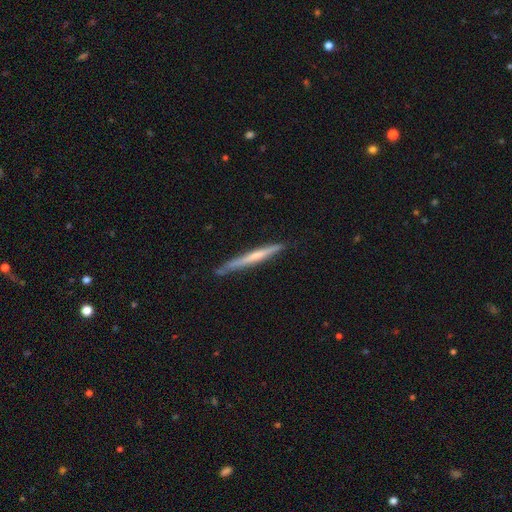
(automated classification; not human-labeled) A featured or disk galaxy (52%) viewed edge-on (96%). Merging: none (80%).